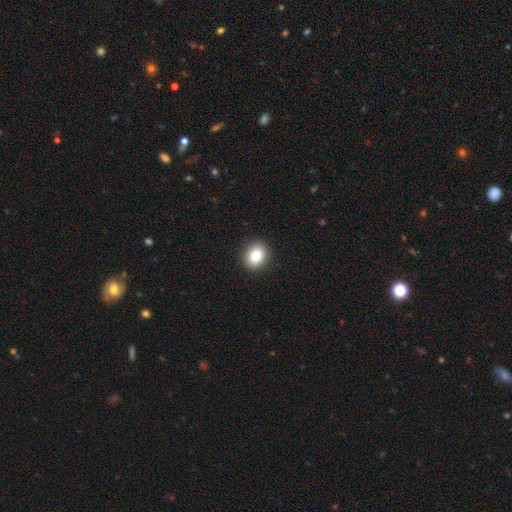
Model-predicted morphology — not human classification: A smooth galaxy with no disk features (82%) that is round (58%).

Vote fractions:
- Smooth or featured? smooth: 82% / star or artifact: 10% / featured or disk: 8%
- How rounded? round: 58% / in between: 41% / cigar-shaped: 1%
- Merging? none: 90% / minor disturbance: 7% / major disturbance: 2% / merger: 1%